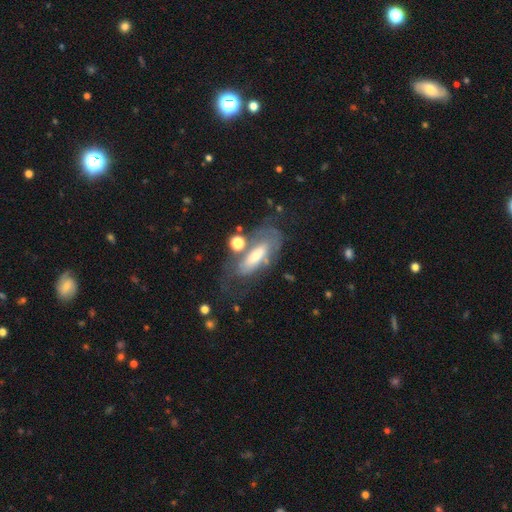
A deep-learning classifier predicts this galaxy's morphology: Overall: featured or disk (60%; smooth 32%). Edge-on disk: no (79%). Merging: none (52%; minor disturbance 21%).